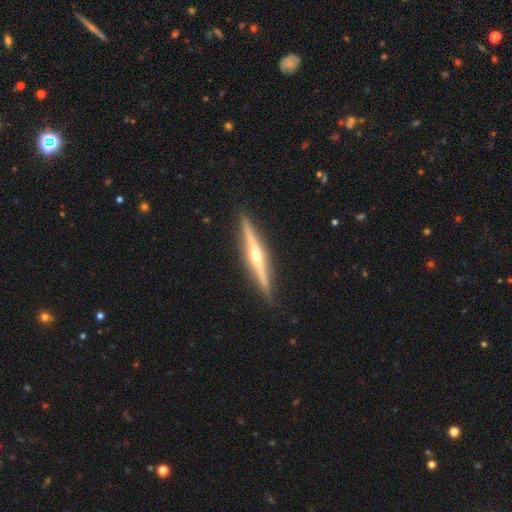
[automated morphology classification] This is clearly a featured or disk galaxy (82%). It is clearly viewed edge-on (98%). Edge-on bulge: clearly rounded (91%). Merging: clearly none (92%).